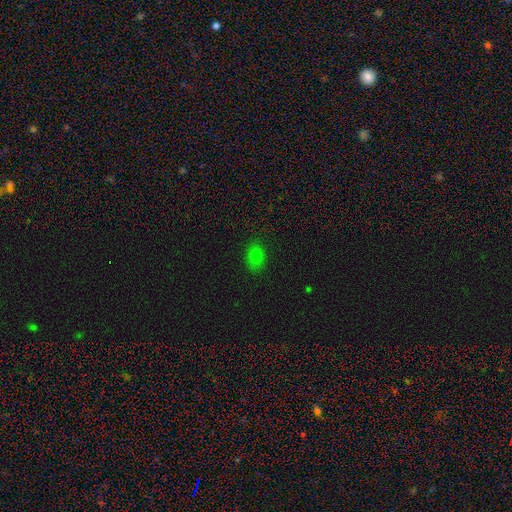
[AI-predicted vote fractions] Q: Smooth or featured?
A: smooth (76%); runner-up: star or artifact (16%)
Q: How rounded?
A: in between (64%); runner-up: round (35%)
Q: Merging?
A: none (84%); runner-up: minor disturbance (12%)